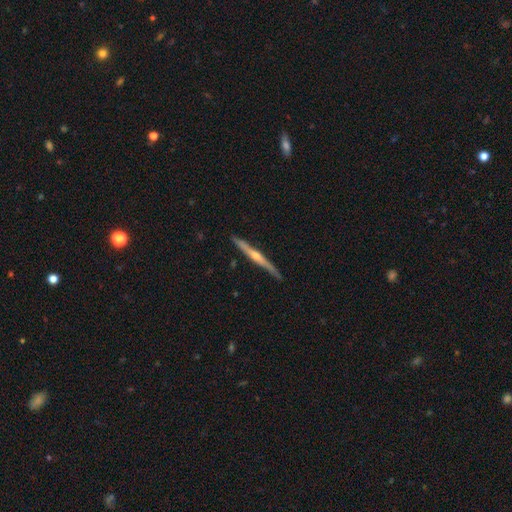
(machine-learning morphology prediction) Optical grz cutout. It shows a featured or disk galaxy (76%) viewed edge-on (98%) with a rounded central bulge (82%). Merging: none (87%).